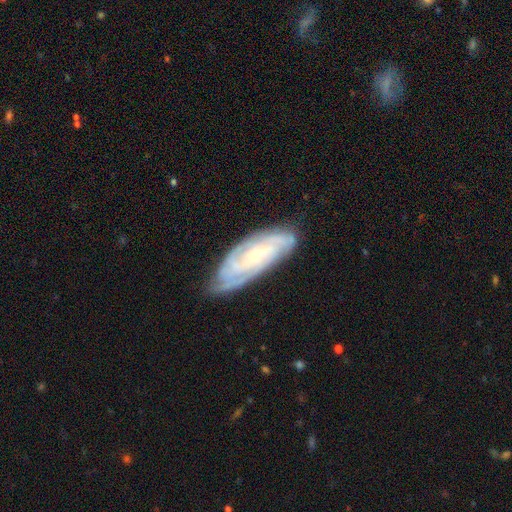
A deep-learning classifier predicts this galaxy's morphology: Q: Smooth or featured?
A: featured or disk (84%); runner-up: smooth (10%)
Q: Edge-on disk?
A: no (90%); runner-up: yes (10%)
Q: Bar?
A: no (69%); runner-up: weak (24%)
Q: Spiral arms?
A: yes (96%); runner-up: no (4%)
Q: Spiral winding?
A: tight (72%); runner-up: medium (24%)
Q: Spiral arm count?
A: can't tell (28%); runner-up: 3 (25%)
Q: Bulge size?
A: small (69%); runner-up: moderate (27%)
Q: Merging?
A: none (76%); runner-up: minor disturbance (19%)